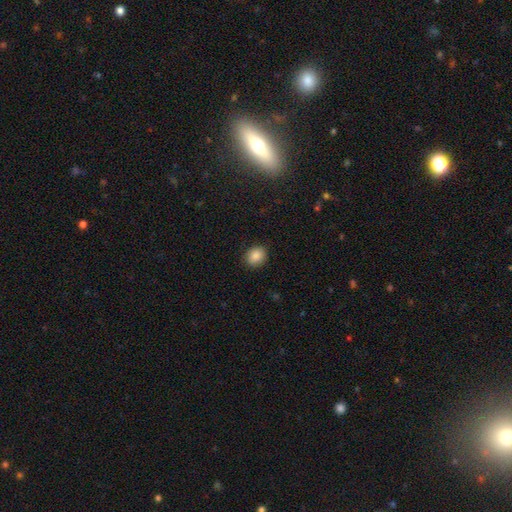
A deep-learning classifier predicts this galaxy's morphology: Smooth or featured?
  - smooth: 87% *
  - star or artifact: 9%
  - featured or disk: 4%
How rounded?
  - round: 58% *
  - in between: 41%
  - cigar-shaped: 1%
Merging?
  - none: 88% *
  - minor disturbance: 9%
  - major disturbance: 2%
  - merger: 1%